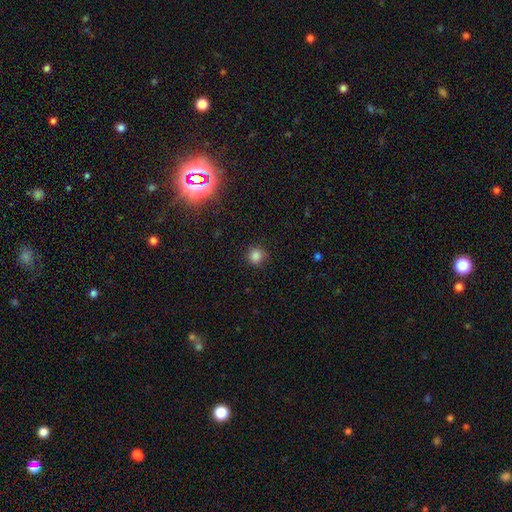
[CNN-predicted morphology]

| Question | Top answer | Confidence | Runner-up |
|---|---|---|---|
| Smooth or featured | smooth | 82% | star or artifact (14%) |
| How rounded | round | 92% | in between (7%) |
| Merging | none | 85% | minor disturbance (10%) |